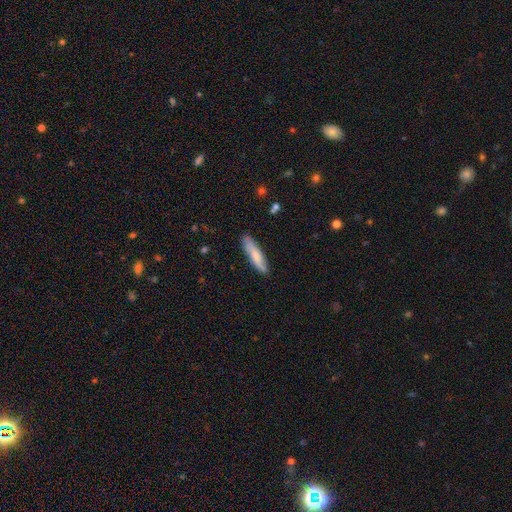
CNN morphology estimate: The model was most divided on "smooth or featured": smooth: 74%, featured or disk: 21%, star or artifact: 5%. More confident: merging — none (85%); how rounded — cigar-shaped (81%).